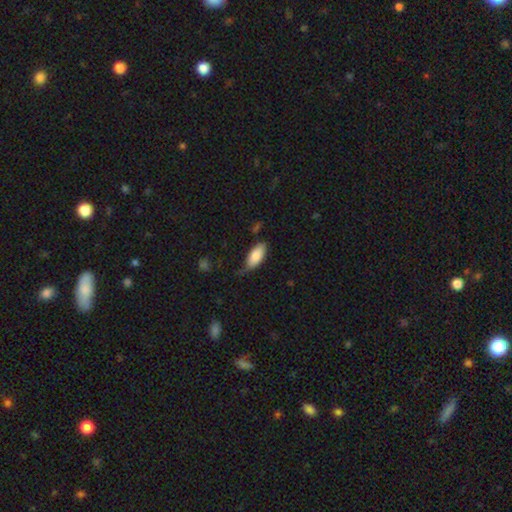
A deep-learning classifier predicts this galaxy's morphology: type=smooth (85%); roundness=in between (89%); merging=none (60%).